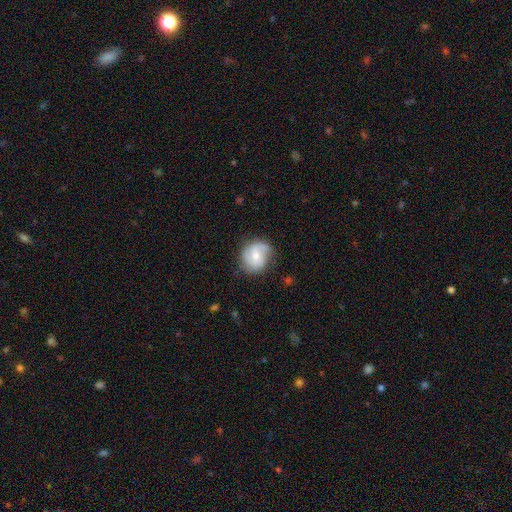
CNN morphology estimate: Smooth or featured: featured or disk — 52% (smooth — 41%)
Edge-on disk: no — 97% (yes — 3%)
Bar: no — 49% (weak — 42%)
Spiral arms: yes — 83% (no — 17%)
Bulge size: moderate — 55% (small — 39%)
Merging: none — 67% (minor disturbance — 24%)